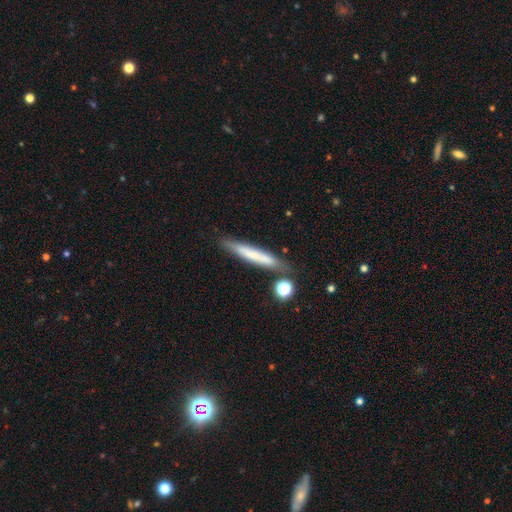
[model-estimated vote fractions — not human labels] smooth 61%, featured or disk 31%, star or artifact 8%. Down the decision tree: how rounded — cigar-shaped (94%); merging — none (77%).